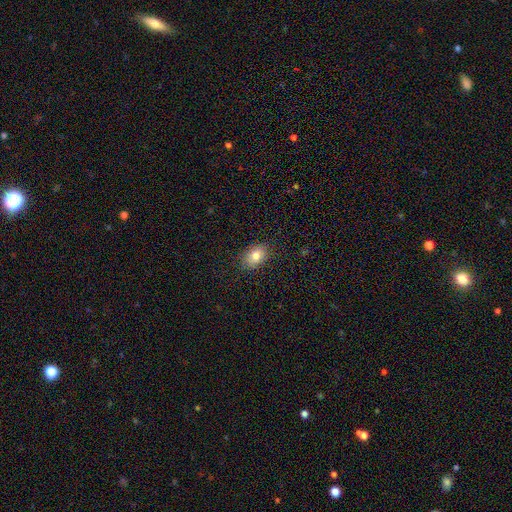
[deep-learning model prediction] Smooth or featured: smooth — 81% (featured or disk — 10%)
How rounded: in between — 77% (round — 22%)
Merging: none — 87% (minor disturbance — 10%)